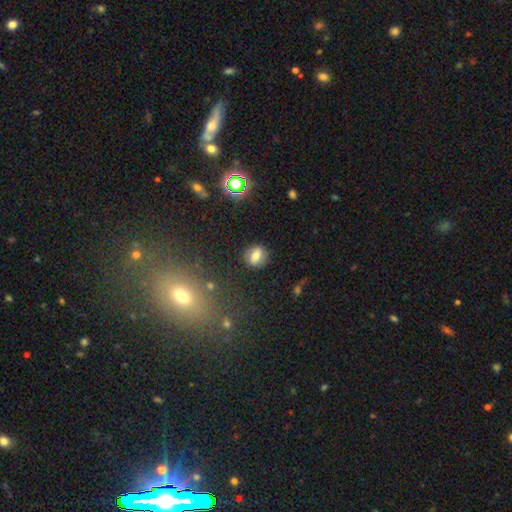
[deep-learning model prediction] Smooth or featured: smooth — 73% (featured or disk — 16%)
How rounded: in between — 51% (round — 46%)
Merging: none — 86% (minor disturbance — 9%)